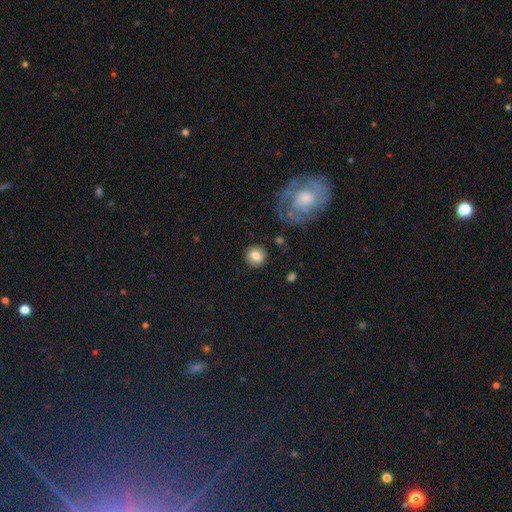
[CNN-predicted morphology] Smooth or featured: smooth — 81% (featured or disk — 10%)
How rounded: round — 89% (in between — 10%)
Merging: none — 88% (minor disturbance — 7%)